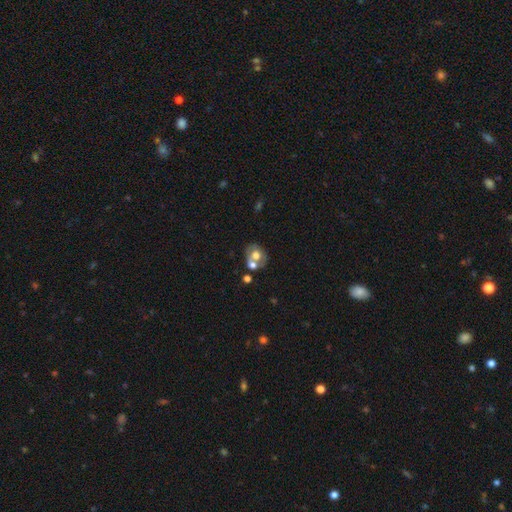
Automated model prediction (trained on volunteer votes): This is possibly a smooth galaxy (55%). How rounded: likely round (62%). Merging: marginally none (44%).